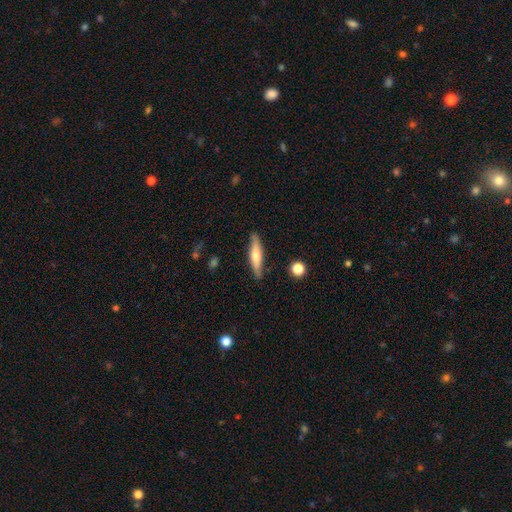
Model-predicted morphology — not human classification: Smooth or featured? smooth (50%)
Merging? none (84%)